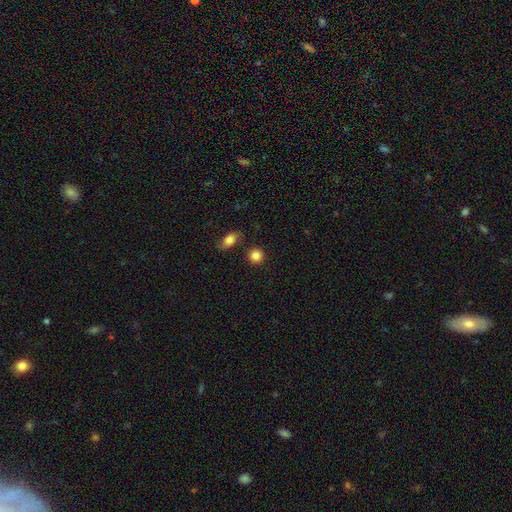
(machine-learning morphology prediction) type=smooth (86%); roundness=round (89%); merging=none (84%).